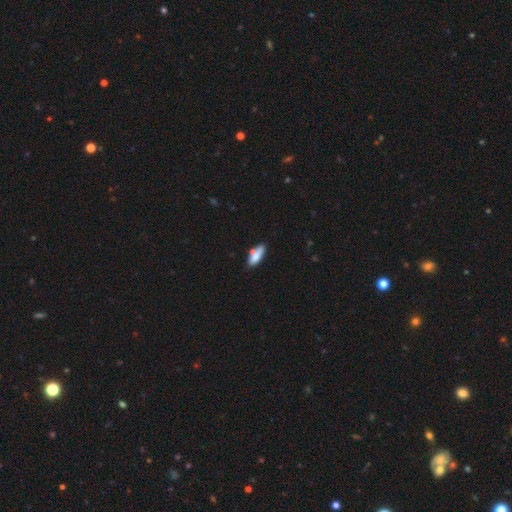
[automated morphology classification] Q: Smooth or featured?
A: smooth (73%); runner-up: featured or disk (20%)
Q: How rounded?
A: in between (68%); runner-up: cigar-shaped (29%)
Q: Merging?
A: none (56%); runner-up: minor disturbance (22%)